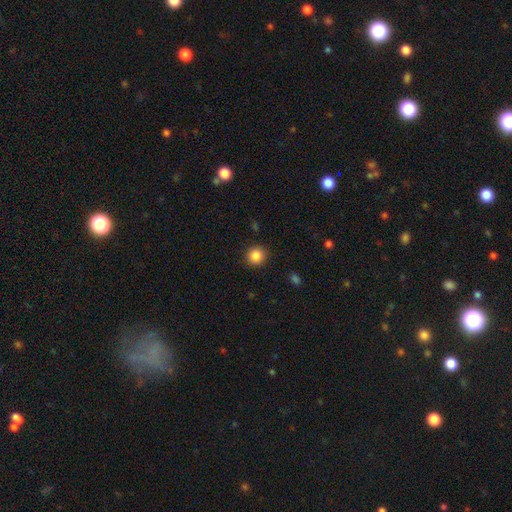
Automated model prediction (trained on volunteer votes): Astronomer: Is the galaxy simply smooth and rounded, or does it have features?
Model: smooth — 86%.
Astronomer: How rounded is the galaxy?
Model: round — 92%.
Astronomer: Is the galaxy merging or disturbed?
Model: none — 91%.